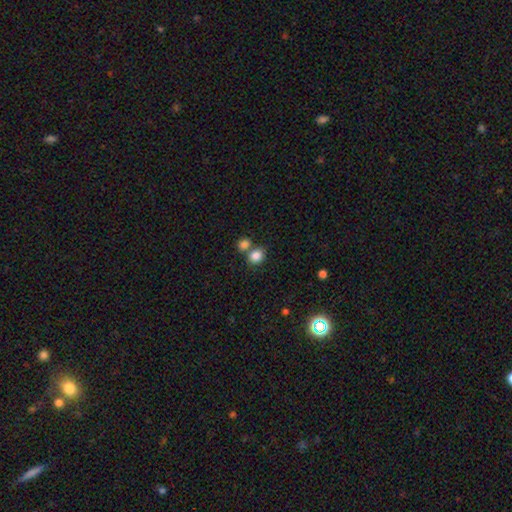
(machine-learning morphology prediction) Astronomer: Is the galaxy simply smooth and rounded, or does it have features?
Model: smooth — 84%.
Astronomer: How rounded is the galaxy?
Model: round — 65%.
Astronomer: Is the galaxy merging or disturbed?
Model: none — 54% (runner-up: merger, 35%).